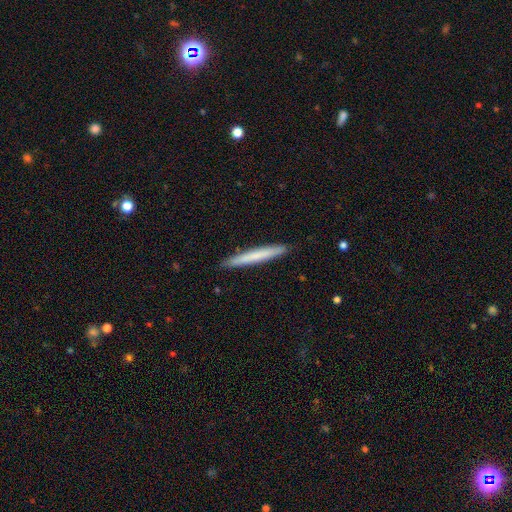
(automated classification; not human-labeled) This is likely a smooth galaxy (68%). How rounded: clearly cigar-shaped (97%). Merging: clearly none (91%).